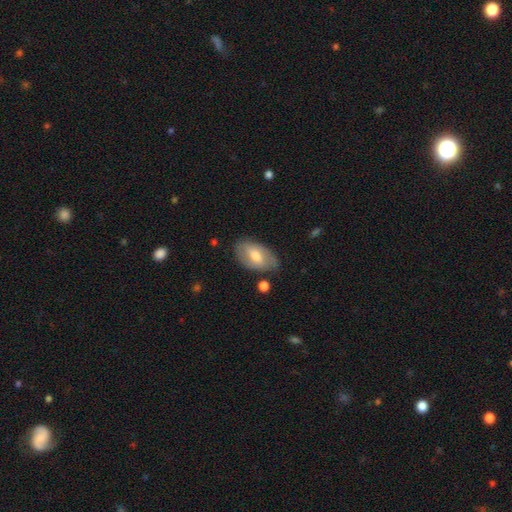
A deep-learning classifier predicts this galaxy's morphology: Overall: smooth (56%; featured or disk 38%). How rounded: in between (92%). Merging: none (75%).